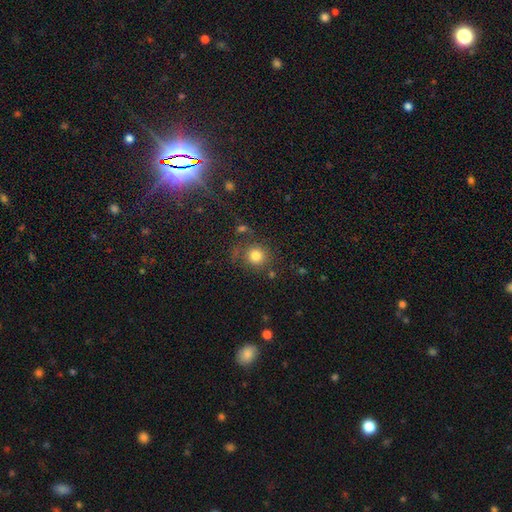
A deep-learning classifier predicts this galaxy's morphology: Smooth or featured?
  - smooth: 80% *
  - star or artifact: 12%
  - featured or disk: 8%
How rounded?
  - round: 90% *
  - in between: 9%
  - cigar-shaped: 1%
Merging?
  - none: 73% *
  - minor disturbance: 12%
  - merger: 8%
  - major disturbance: 7%